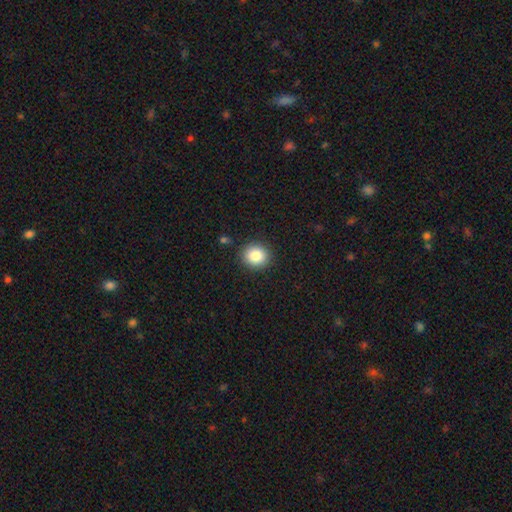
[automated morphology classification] A smooth galaxy with no disk features (85%) that is round (83%).

Vote fractions:
- Smooth or featured? smooth: 85% / star or artifact: 9% / featured or disk: 6%
- How rounded? round: 83% / in between: 16% / cigar-shaped: 1%
- Merging? none: 89% / minor disturbance: 7% / major disturbance: 2% / merger: 2%